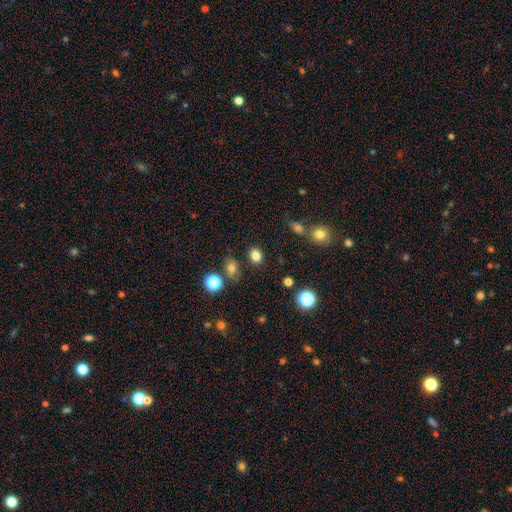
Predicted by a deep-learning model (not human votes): smooth 80%, star or artifact 13%, featured or disk 6%. Down the decision tree: how rounded — round (50%); merging — none (84%).